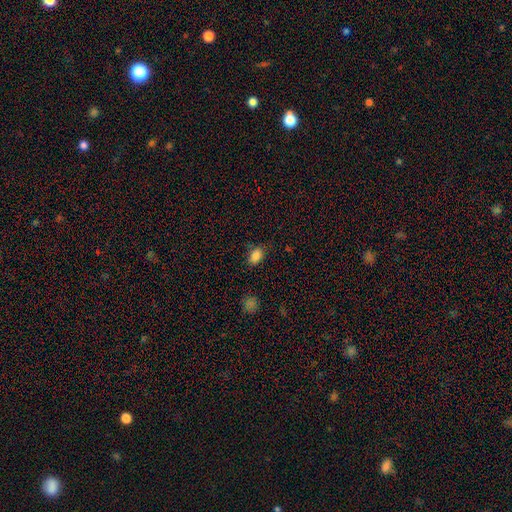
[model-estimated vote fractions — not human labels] This is clearly a smooth galaxy (85%). How rounded: clearly in between (82%). Merging: likely none (79%).